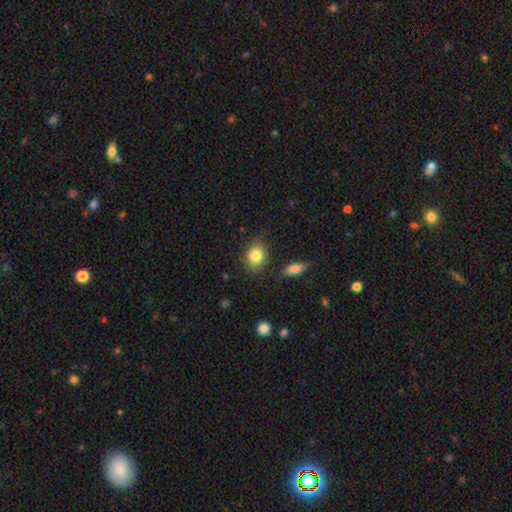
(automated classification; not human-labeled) Morphology: type=smooth (84%); roundness=in between (60%); merging=none (77%).